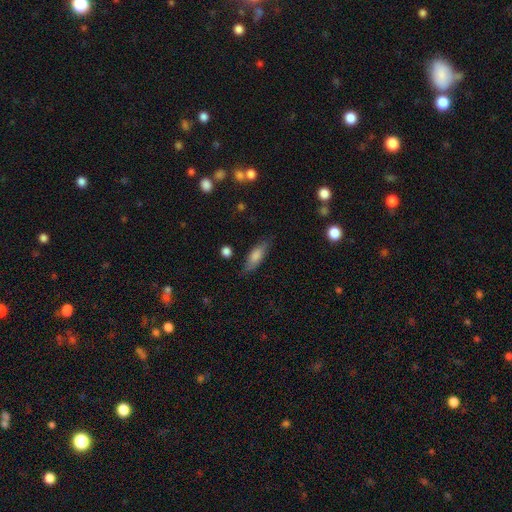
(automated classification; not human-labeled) smooth_or_featured: smooth (p=0.74) [alt: featured or disk p=0.19]
how_rounded: in between (p=0.61) [alt: cigar-shaped p=0.37]
merging: none (p=0.80) [alt: minor disturbance p=0.15]